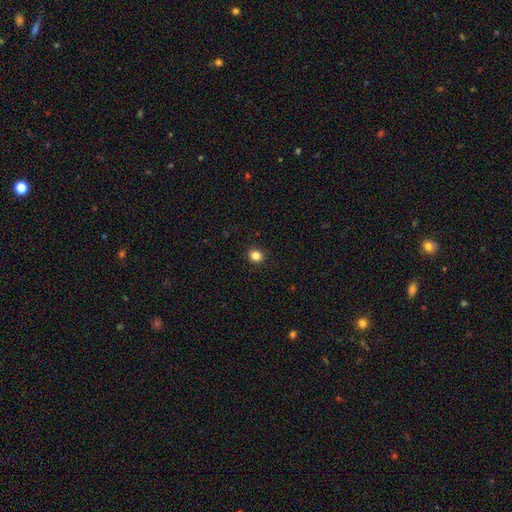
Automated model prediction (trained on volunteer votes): smooth_or_featured: smooth (p=0.85) [alt: star or artifact p=0.11]
how_rounded: round (p=0.75) [alt: in between p=0.24]
merging: none (p=0.91) [alt: minor disturbance p=0.06]